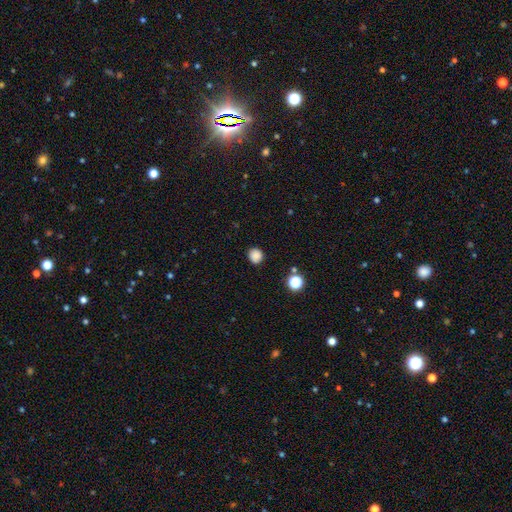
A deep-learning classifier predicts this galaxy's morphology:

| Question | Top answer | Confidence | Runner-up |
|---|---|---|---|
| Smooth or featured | smooth | 85% | star or artifact (12%) |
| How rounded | round | 86% | in between (13%) |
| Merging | none | 88% | minor disturbance (8%) |